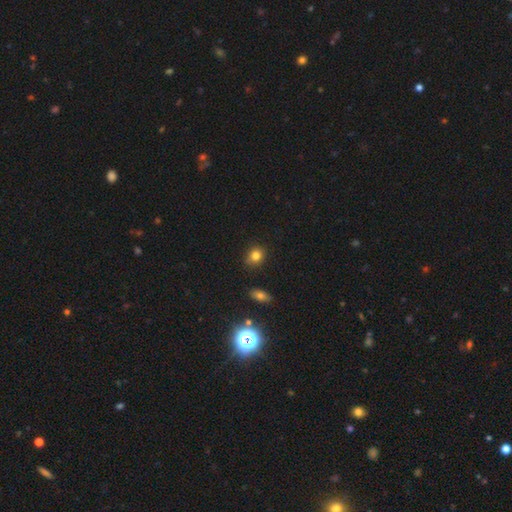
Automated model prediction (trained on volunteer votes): This appears to be a smooth galaxy with no disk features (80%) that is round (71%). Merging: none (82%).